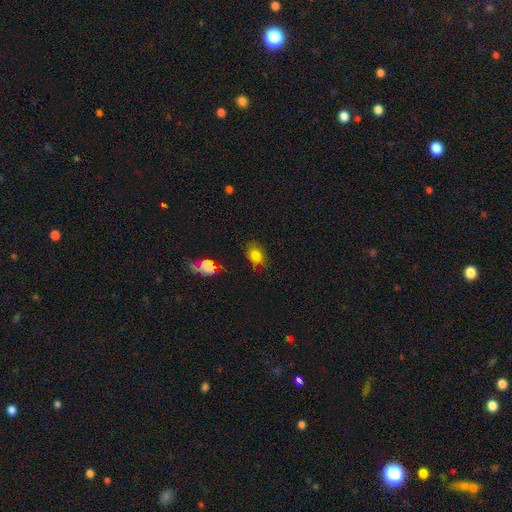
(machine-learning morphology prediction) This appears to be a smooth galaxy with no disk features (77%) that is in between round and cigar-shaped (68%). Merging: none (70%).